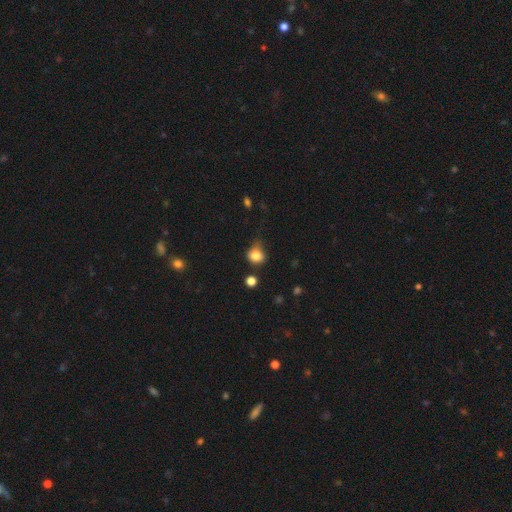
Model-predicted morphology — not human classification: smooth_or_featured: smooth (p=0.81) [alt: star or artifact p=0.12]
how_rounded: round (p=0.75) [alt: in between p=0.24]
merging: none (p=0.52) [alt: minor disturbance p=0.33]